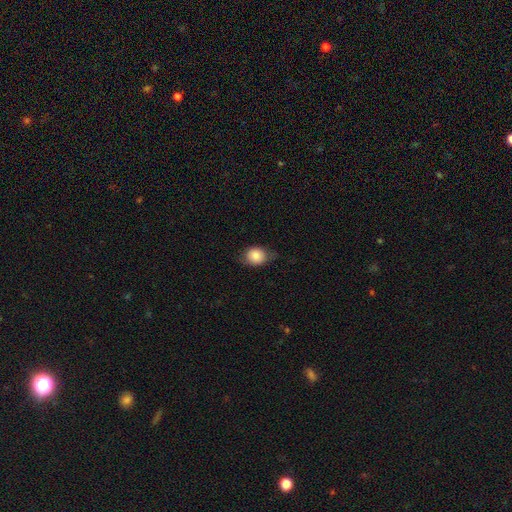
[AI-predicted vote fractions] Overall: smooth (81%). How rounded: round (58%; in between 41%). Merging: none (68%).